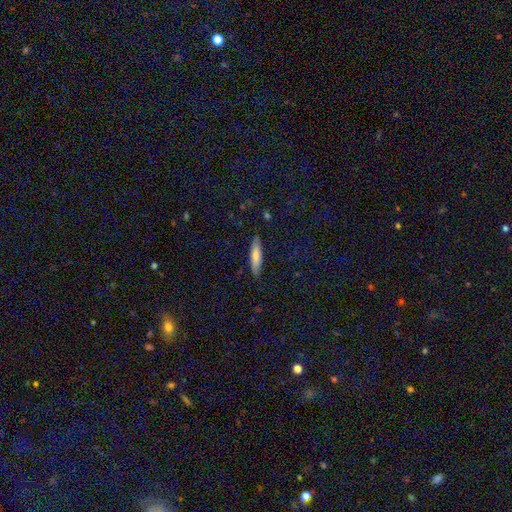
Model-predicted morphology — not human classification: Q: Smooth or featured?
A: smooth (65%); runner-up: featured or disk (27%)
Q: How rounded?
A: cigar-shaped (78%); runner-up: in between (20%)
Q: Merging?
A: none (89%); runner-up: minor disturbance (9%)